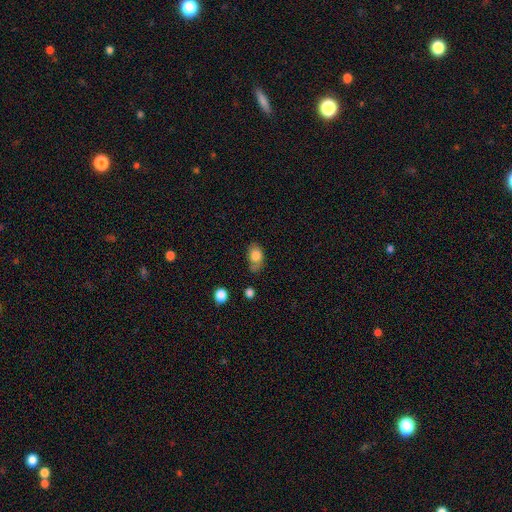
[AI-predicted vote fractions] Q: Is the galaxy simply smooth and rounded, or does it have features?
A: smooth — 80%.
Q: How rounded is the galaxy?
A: in between — 78%.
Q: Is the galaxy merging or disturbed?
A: none — 48%.